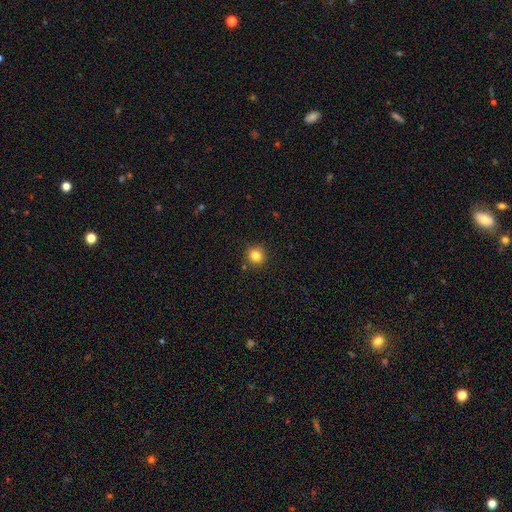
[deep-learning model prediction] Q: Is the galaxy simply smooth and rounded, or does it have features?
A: smooth — 82%.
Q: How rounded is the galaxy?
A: round — 90%.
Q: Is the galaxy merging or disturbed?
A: none — 88%.